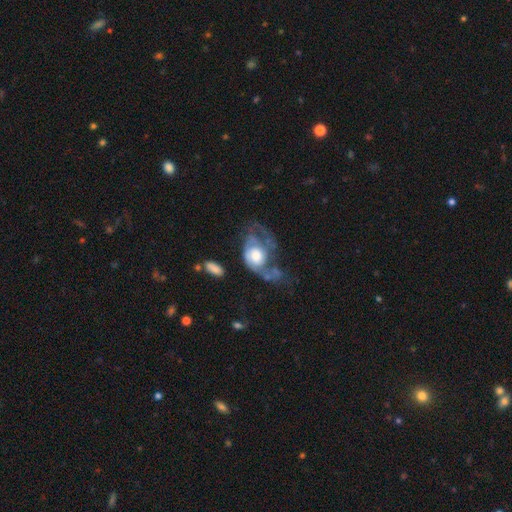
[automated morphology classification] Overall: featured or disk (68%). Edge-on disk: no (96%). Bar: no (79%). Spiral arms: yes (72%). Bulge size: large (45%; moderate 40%). Merging: major disturbance (54%; none 20%).